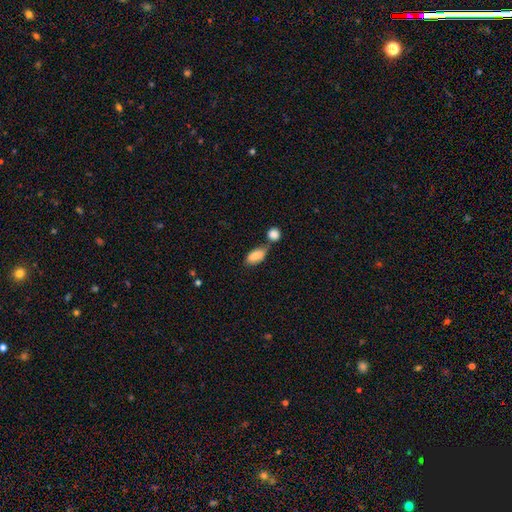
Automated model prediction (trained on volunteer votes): This is clearly a smooth galaxy (84%). How rounded: clearly in between (90%). Merging: marginally none (44%).